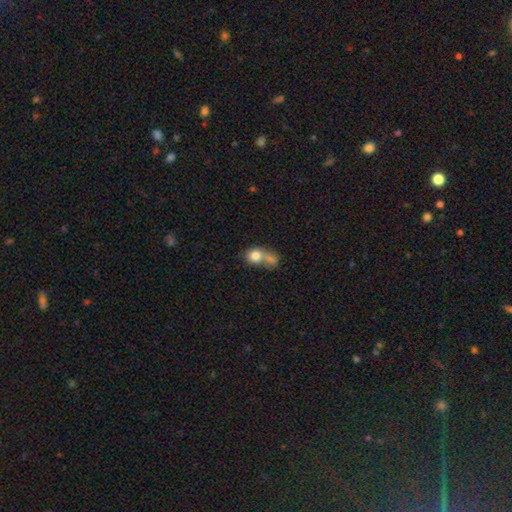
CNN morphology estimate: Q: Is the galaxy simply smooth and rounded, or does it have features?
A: smooth — 76%.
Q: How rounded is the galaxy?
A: round — 59%.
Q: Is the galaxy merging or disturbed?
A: merger — 65%.